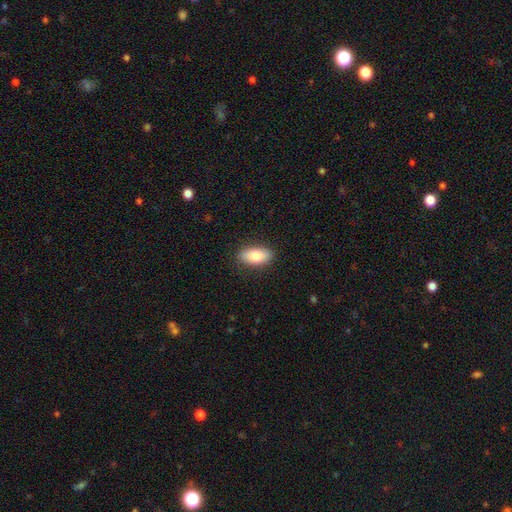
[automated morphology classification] type=smooth (80%); roundness=in between (90%); merging=none (87%).